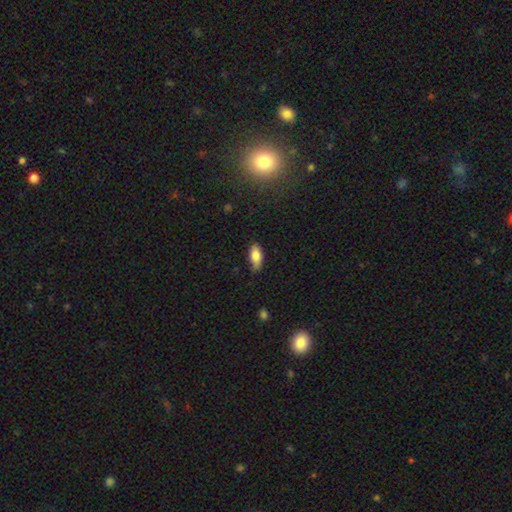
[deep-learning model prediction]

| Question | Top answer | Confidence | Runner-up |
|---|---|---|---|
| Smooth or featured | smooth | 79% | featured or disk (14%) |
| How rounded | in between | 83% | cigar-shaped (14%) |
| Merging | none | 73% | minor disturbance (22%) |